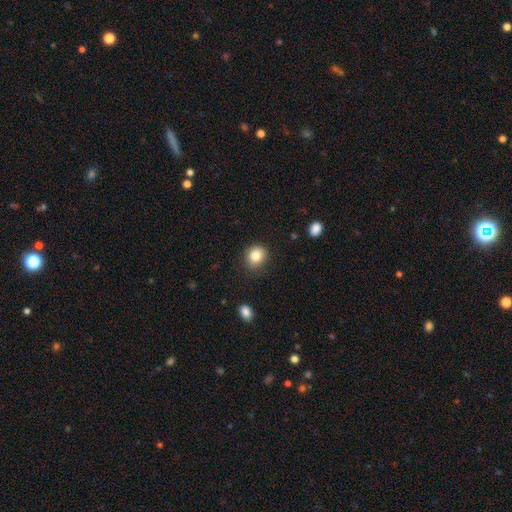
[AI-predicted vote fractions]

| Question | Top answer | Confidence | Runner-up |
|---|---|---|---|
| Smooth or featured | smooth | 84% | star or artifact (10%) |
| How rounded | round | 71% | in between (28%) |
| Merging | none | 85% | minor disturbance (11%) |